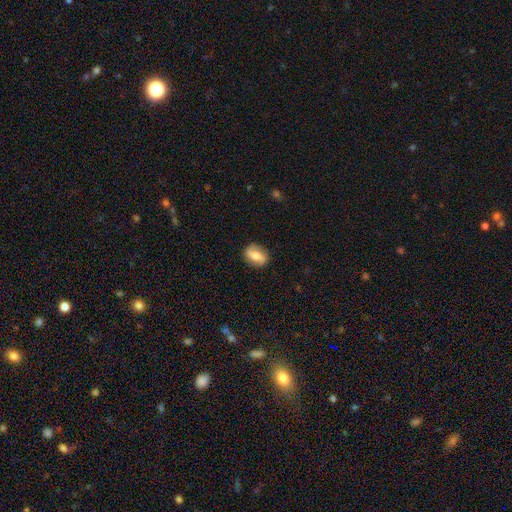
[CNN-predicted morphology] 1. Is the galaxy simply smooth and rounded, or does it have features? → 48% smooth, 45% featured or disk, 7% star or artifact.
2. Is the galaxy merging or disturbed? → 85% none, 11% minor disturbance, 3% major disturbance, 1% merger.